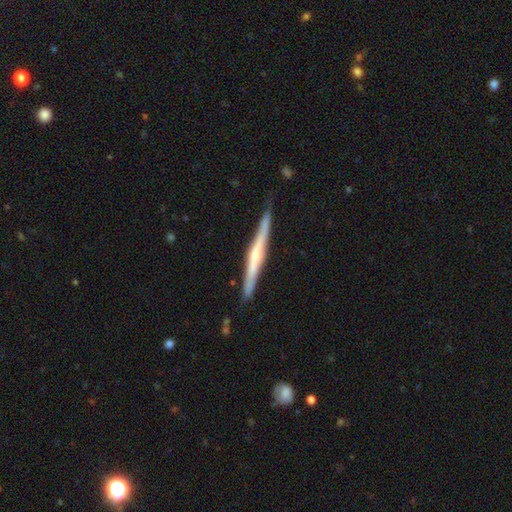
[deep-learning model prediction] Morphology: type=featured or disk (67%); edge-on=yes (97%); edge-on bulge=rounded (53%); merging=none (83%).